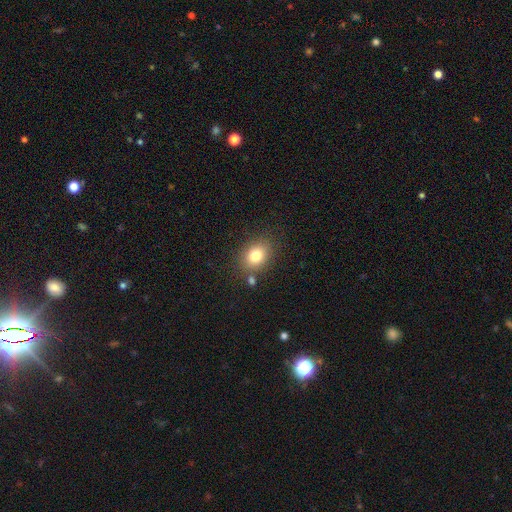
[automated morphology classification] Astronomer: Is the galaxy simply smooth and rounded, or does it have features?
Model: smooth — 79%.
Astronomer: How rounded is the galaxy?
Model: in between — 61% (runner-up: round, 37%).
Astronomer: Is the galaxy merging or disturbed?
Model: none — 78%.